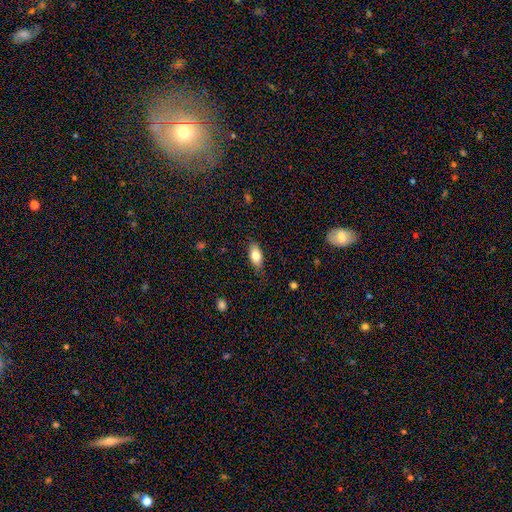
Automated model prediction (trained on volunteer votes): Smooth or featured: smooth — 79% (featured or disk — 14%)
How rounded: in between — 88% (cigar-shaped — 8%)
Merging: none — 80% (minor disturbance — 16%)